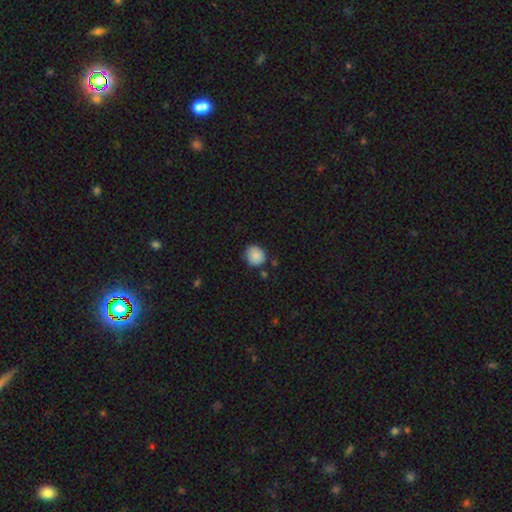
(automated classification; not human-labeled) Smooth or featured: smooth — 87% (star or artifact — 8%)
How rounded: round — 82% (in between — 17%)
Merging: none — 76% (minor disturbance — 17%)